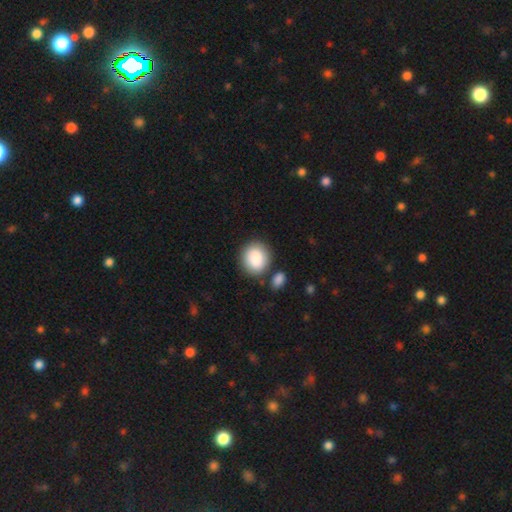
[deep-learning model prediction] This is clearly a smooth galaxy (87%). How rounded: likely round (74%). Merging: likely none (73%).